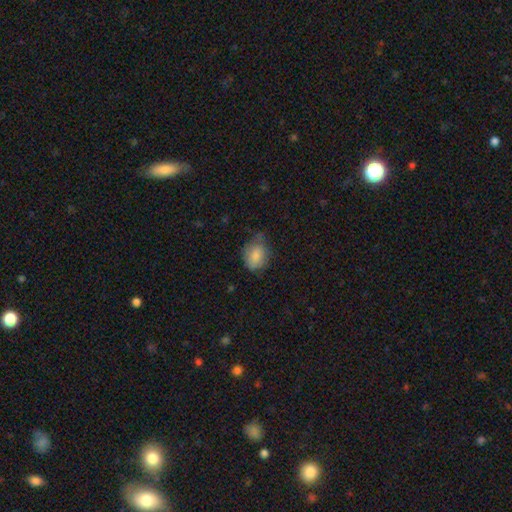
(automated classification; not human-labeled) Overall: smooth (81%). How rounded: in between (67%; round 32%). Merging: none (48%; minor disturbance 38%).